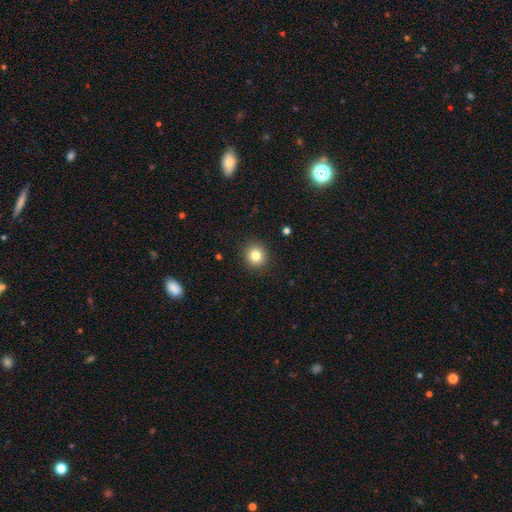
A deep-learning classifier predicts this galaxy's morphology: type=smooth (83%); roundness=round (89%); merging=none (91%).